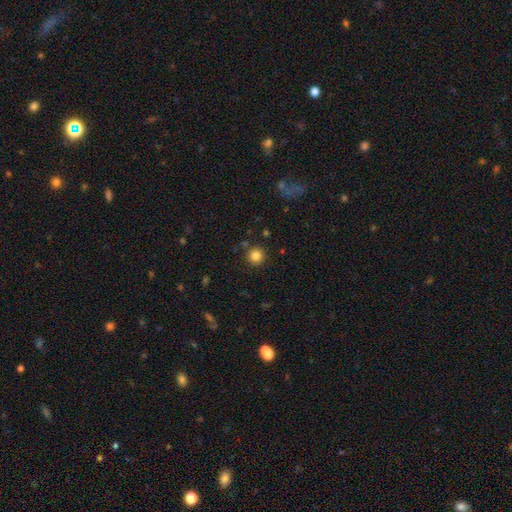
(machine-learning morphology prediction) Q: Smooth or featured?
A: smooth (83%); runner-up: star or artifact (12%)
Q: How rounded?
A: round (95%); runner-up: in between (4%)
Q: Merging?
A: none (88%); runner-up: minor disturbance (7%)